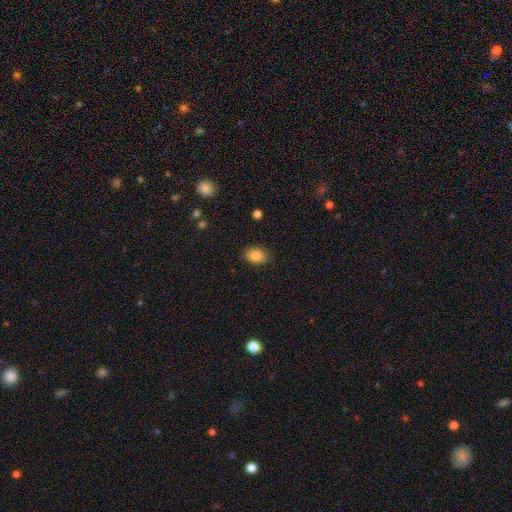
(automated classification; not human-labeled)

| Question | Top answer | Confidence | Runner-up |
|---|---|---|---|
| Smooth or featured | smooth | 86% | star or artifact (9%) |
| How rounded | in between | 75% | round (24%) |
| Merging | none | 83% | minor disturbance (13%) |